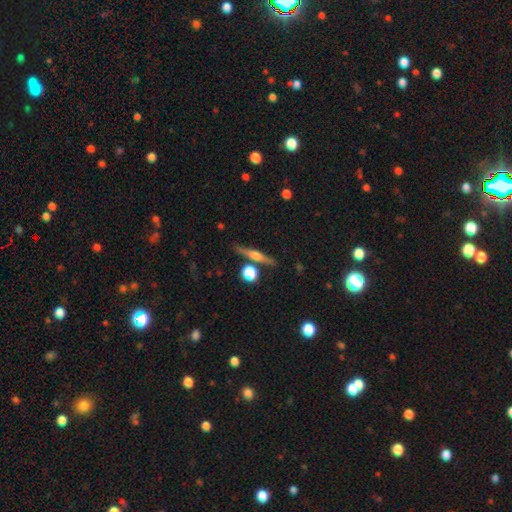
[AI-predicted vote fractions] Smooth or featured: featured or disk — 66% (smooth — 26%)
Edge-on disk: yes — 96% (no — 4%)
Edge-on bulge: rounded — 86% (boxy — 8%)
Merging: none — 82% (minor disturbance — 9%)